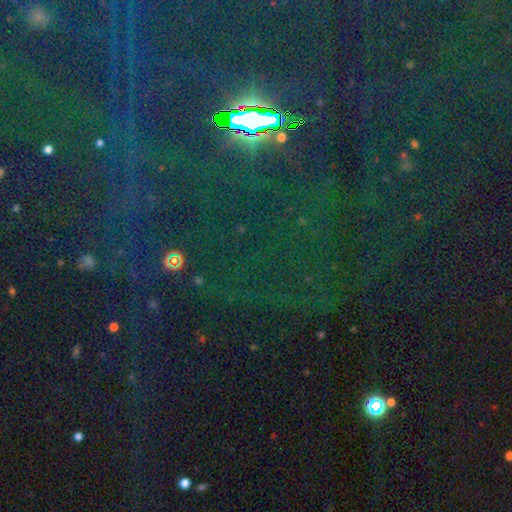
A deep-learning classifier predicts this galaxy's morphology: Q: Smooth or featured?
A: star or artifact (85%); runner-up: smooth (8%)